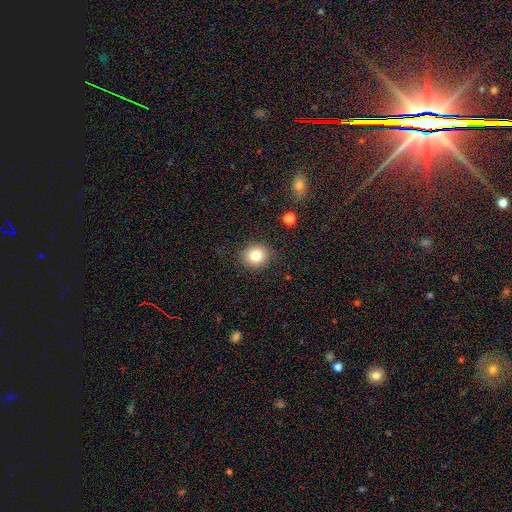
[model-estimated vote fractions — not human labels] Smooth or featured?
  - smooth: 81% *
  - star or artifact: 11%
  - featured or disk: 8%
How rounded?
  - round: 78% *
  - in between: 21%
  - cigar-shaped: 1%
Merging?
  - none: 87% *
  - minor disturbance: 9%
  - major disturbance: 3%
  - merger: 1%